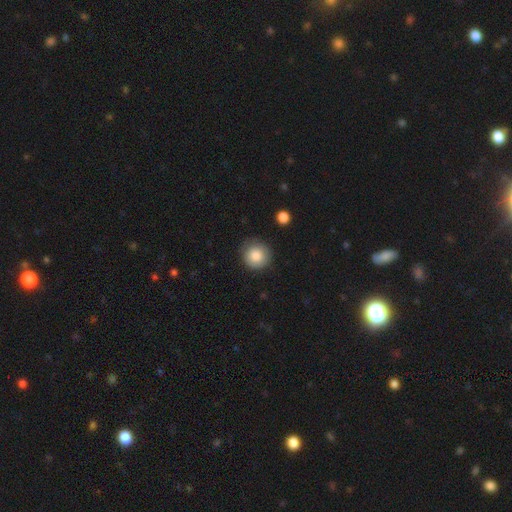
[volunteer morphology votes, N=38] Volunteers were most divided on "how rounded": round: 92%, in between: 8%, cigar-shaped: 0%. More confident: smooth or featured — smooth (95%); merging — none (89%).